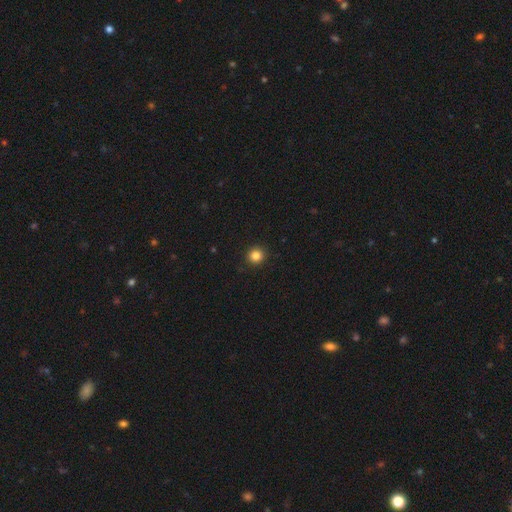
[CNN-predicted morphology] This is clearly a smooth galaxy (84%). How rounded: clearly round (93%). Merging: clearly none (93%).